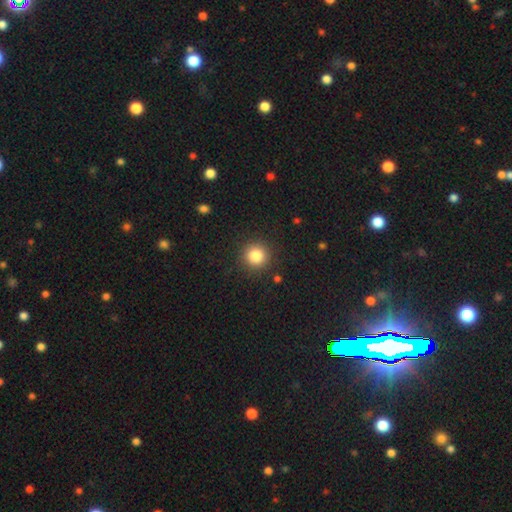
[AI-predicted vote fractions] Smooth or featured?
  - smooth: 83% *
  - star or artifact: 11%
  - featured or disk: 5%
How rounded?
  - round: 94% *
  - in between: 5%
  - cigar-shaped: 1%
Merging?
  - none: 90% *
  - minor disturbance: 6%
  - major disturbance: 2%
  - merger: 1%